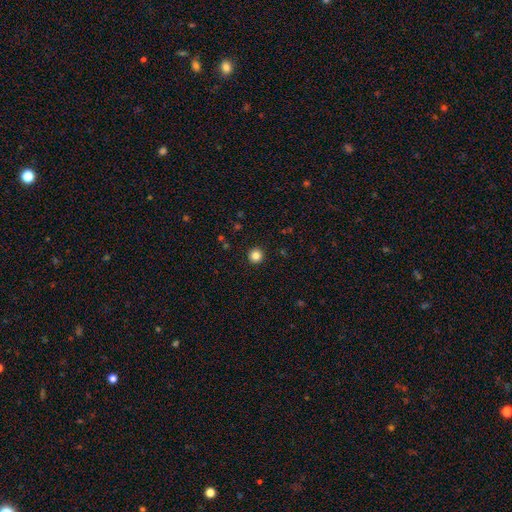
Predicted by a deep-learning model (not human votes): Smooth or featured: smooth — 84% (star or artifact — 11%)
How rounded: round — 96% (in between — 3%)
Merging: none — 93% (minor disturbance — 4%)